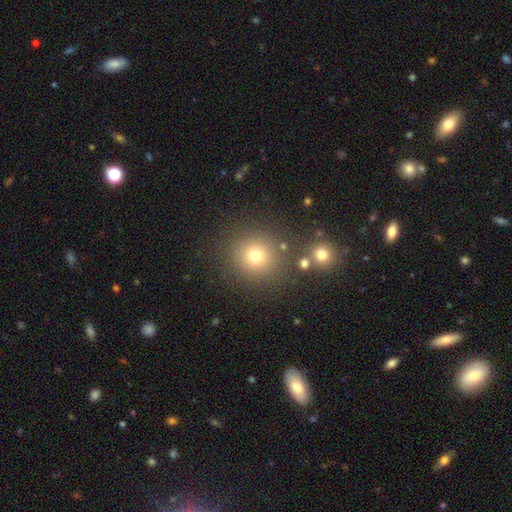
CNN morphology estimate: The model was most divided on "smooth or featured": smooth: 73%, star or artifact: 18%, featured or disk: 8%. More confident: how rounded — round (92%); merging — none (83%).